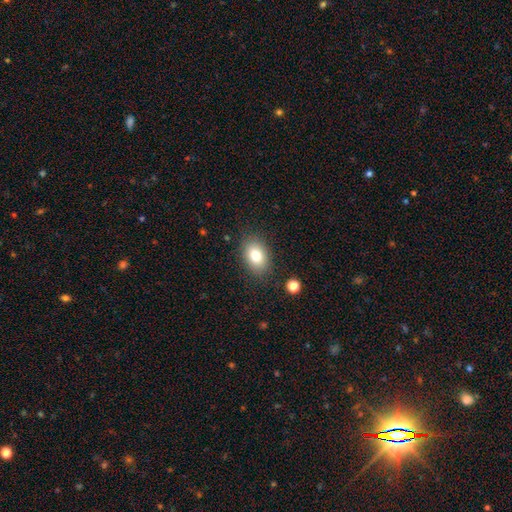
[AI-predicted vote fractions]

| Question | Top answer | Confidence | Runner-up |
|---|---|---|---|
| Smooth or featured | smooth | 80% | featured or disk (11%) |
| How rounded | in between | 80% | round (19%) |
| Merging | none | 85% | minor disturbance (11%) |